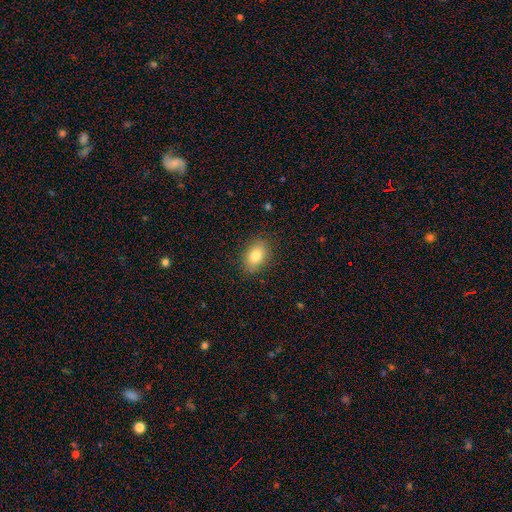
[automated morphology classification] type=smooth (81%); roundness=in between (85%); merging=none (86%).